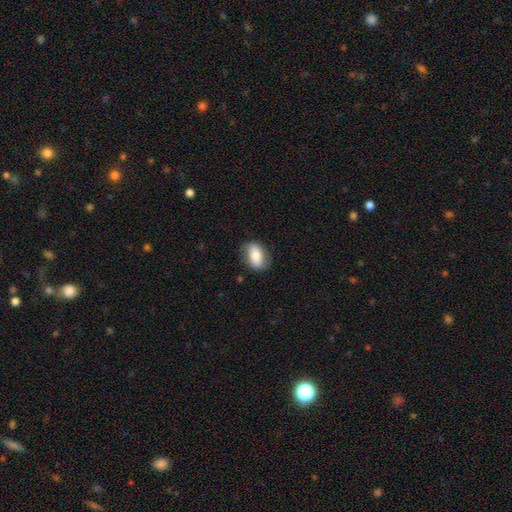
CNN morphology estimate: A smooth galaxy with no disk features (70%) that is in between round and cigar-shaped (85%).

Vote fractions:
- Smooth or featured? smooth: 70% / featured or disk: 23% / star or artifact: 7%
- How rounded? in between: 85% / round: 13% / cigar-shaped: 2%
- Merging? none: 76% / minor disturbance: 18% / major disturbance: 5% / merger: 1%